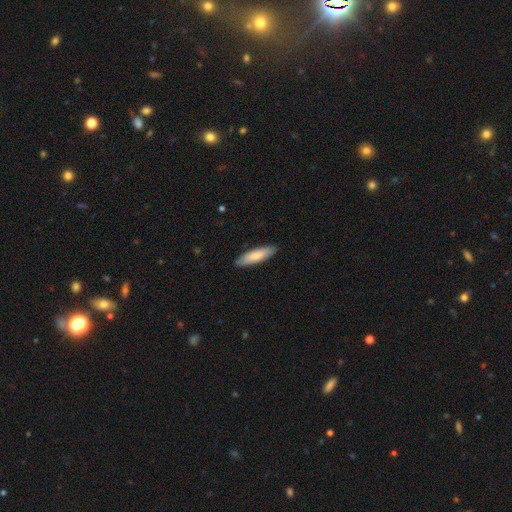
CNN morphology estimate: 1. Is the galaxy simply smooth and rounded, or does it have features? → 79% smooth, 16% featured or disk, 5% star or artifact.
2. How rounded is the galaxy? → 65% cigar-shaped, 34% in between, 1% round.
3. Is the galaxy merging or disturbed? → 88% none, 9% minor disturbance, 2% major disturbance, 1% merger.